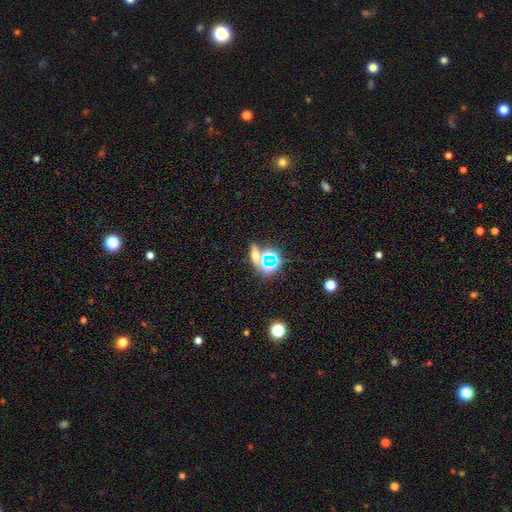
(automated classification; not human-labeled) Smooth or featured? star or artifact (46%)